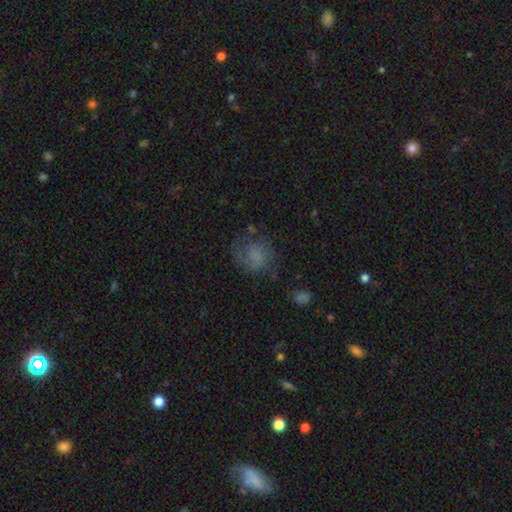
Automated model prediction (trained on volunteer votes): This appears to be a smooth galaxy with no disk features (50%) that is round (66%). Merging: none (53%).